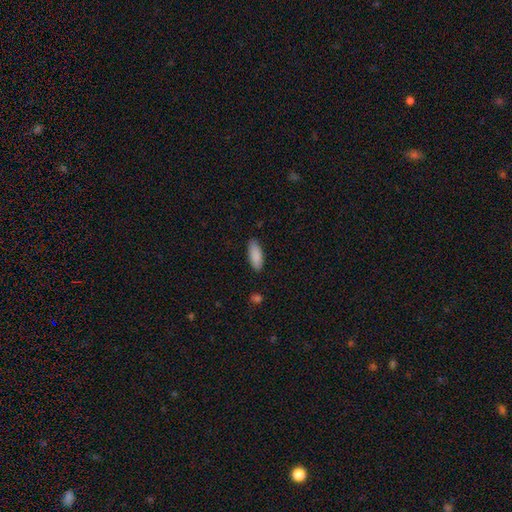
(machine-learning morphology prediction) This appears to be a smooth galaxy with no disk features (89%) that is in between round and cigar-shaped (77%). Merging: none (86%).